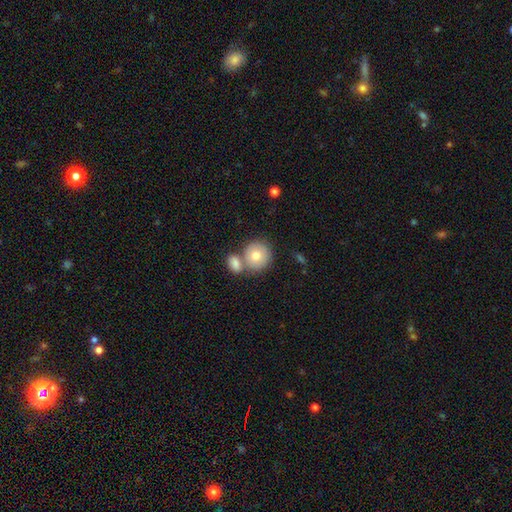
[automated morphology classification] The model was most divided on "merging": none: 54%, merger: 33%, minor disturbance: 9%, major disturbance: 3%. More confident: how rounded — round (88%); smooth or featured — smooth (76%).